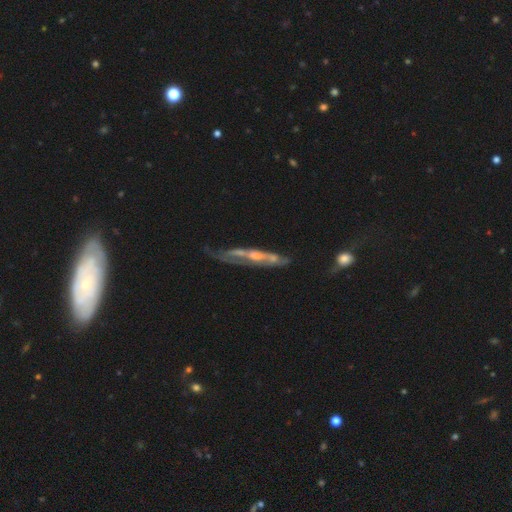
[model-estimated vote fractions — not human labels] This is likely a featured or disk galaxy (71%). It is likely viewed edge-on (69%). Merging: possibly none (60%).